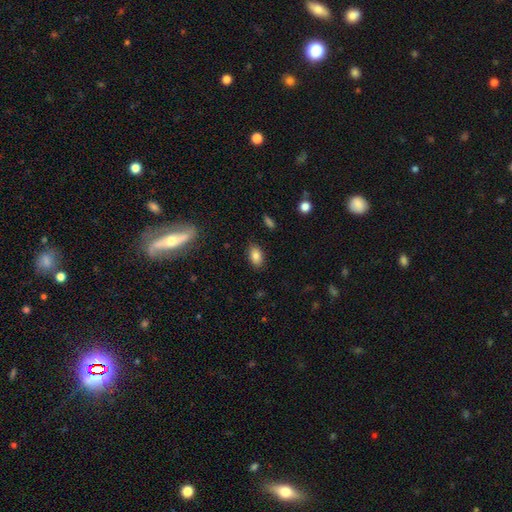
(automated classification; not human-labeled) A smooth galaxy with no disk features (85%) that is in between round and cigar-shaped (89%).

Vote fractions:
- Smooth or featured? smooth: 85% / star or artifact: 9% / featured or disk: 7%
- How rounded? in between: 89% / round: 9% / cigar-shaped: 2%
- Merging? none: 85% / minor disturbance: 11% / major disturbance: 3% / merger: 1%